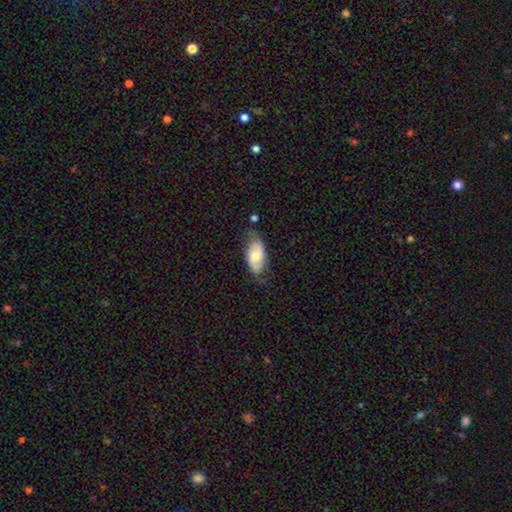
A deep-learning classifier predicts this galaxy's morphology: This is likely a smooth galaxy (63%). How rounded: clearly in between (93%). Merging: possibly none (59%).